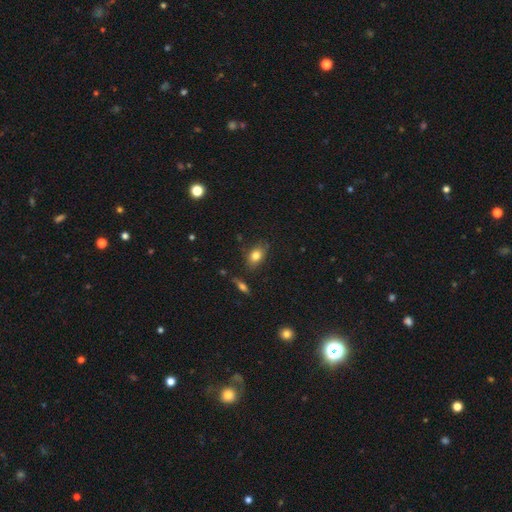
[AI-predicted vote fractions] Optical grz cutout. It shows a smooth galaxy with no disk features (81%) that is in between round and cigar-shaped (78%). Merging: none (78%).